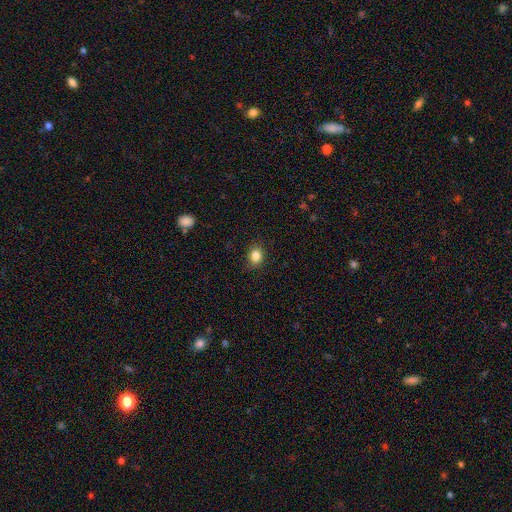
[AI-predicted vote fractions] Smooth or featured: smooth — 84% (star or artifact — 10%)
How rounded: round — 56% (in between — 43%)
Merging: none — 88% (minor disturbance — 9%)